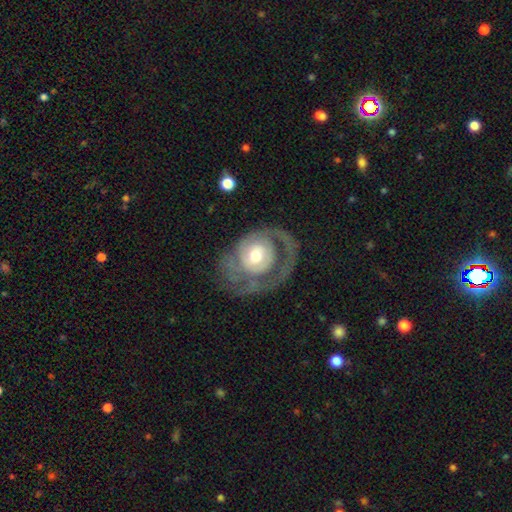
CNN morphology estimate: smooth-or-featured: featured or disk: 73% | smooth: 22% | star or artifact: 5%
  disk-edge-on: no: 96% | yes: 4%
    bar: no: 74% | weak: 21% | strong: 5%
    has-spiral-arms: yes: 73% | no: 27%
      spiral-winding: tight: 56% | medium: 27% | loose: 16%
      spiral-arm-count: 1: 34% | can't tell: 30% | 2: 25% | 3: 6% | 4: 3% | more than 4: 3%
    bulge-size: moderate: 60% | small: 25% | large: 12% | dominant: 2% | none: 1%
  merging: none: 47% | major disturbance: 32% | minor disturbance: 19% | merger: 2%